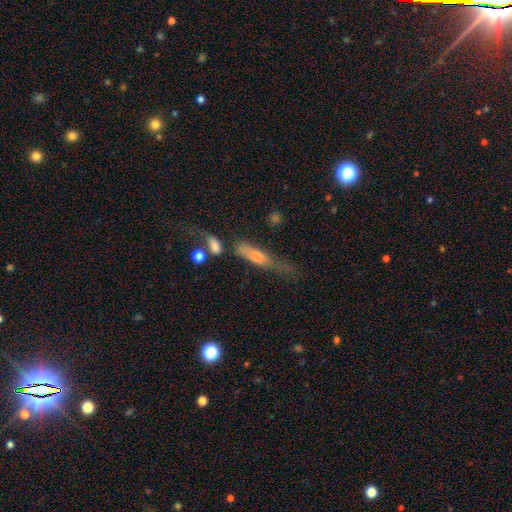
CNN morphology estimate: The model was most divided on "merging": major disturbance: 31%, none: 25%, merger: 24%, minor disturbance: 20%. More confident: how rounded — cigar-shaped (62%); smooth or featured — smooth (60%).